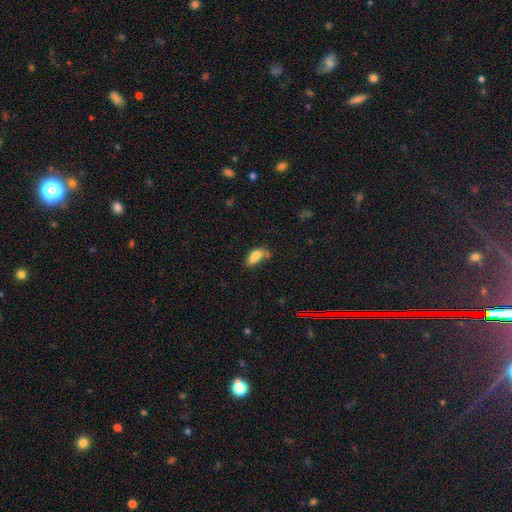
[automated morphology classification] Smooth or featured? Predicted: smooth (p=0.72). How rounded? Predicted: in between (p=0.85). Merging? Predicted: none (p=0.36).